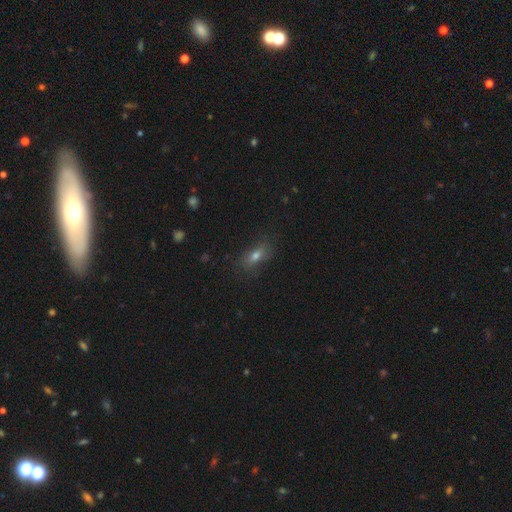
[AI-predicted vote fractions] A smooth galaxy with no disk features (66%) that is in between round and cigar-shaped (68%). Merging: none (77%).